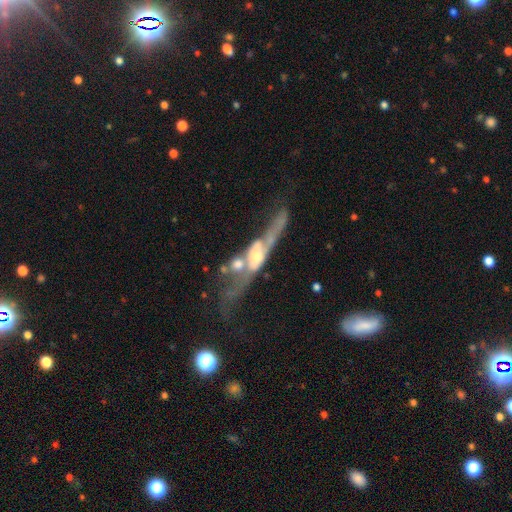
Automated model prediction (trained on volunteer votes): Smooth or featured? featured or disk (74%)
Edge-on disk? yes (53%)
Merging? merger (39%)